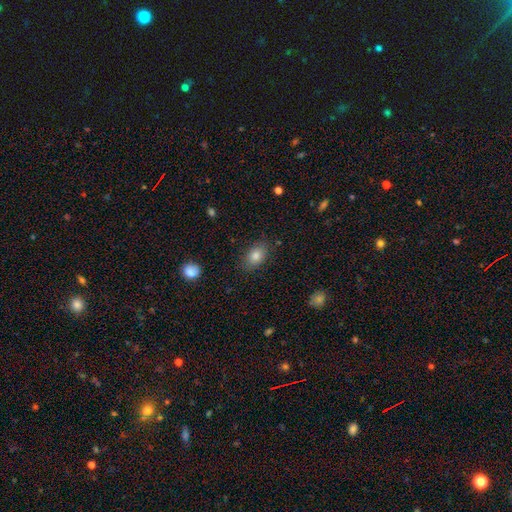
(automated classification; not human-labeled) Q: Smooth or featured?
A: smooth (83%); runner-up: star or artifact (9%)
Q: How rounded?
A: in between (83%); runner-up: round (15%)
Q: Merging?
A: none (83%); runner-up: minor disturbance (12%)